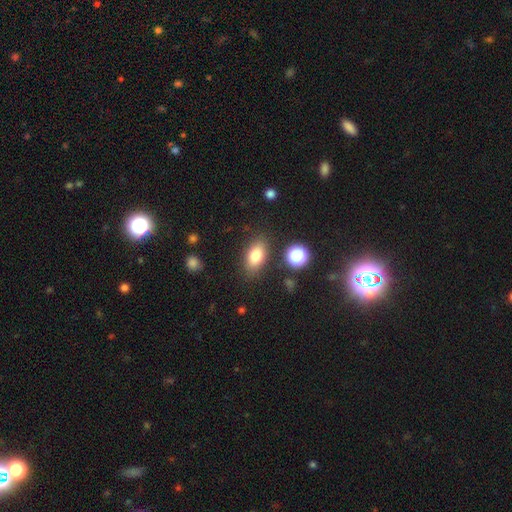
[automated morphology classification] smooth 79%, featured or disk 11%, star or artifact 9%. Down the decision tree: how rounded — in between (86%); merging — none (82%).